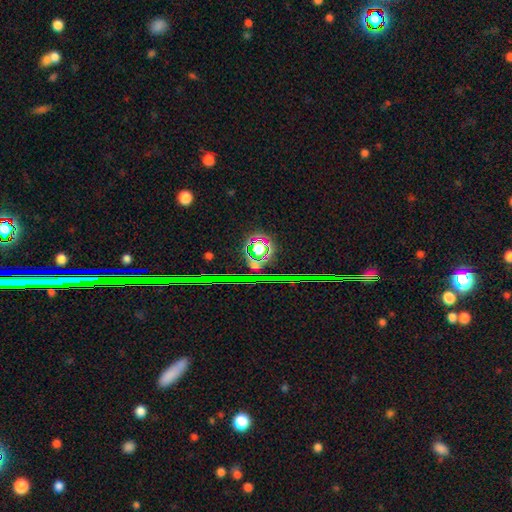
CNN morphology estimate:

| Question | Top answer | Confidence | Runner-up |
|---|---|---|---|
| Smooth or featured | star or artifact | 78% | smooth (11%) |